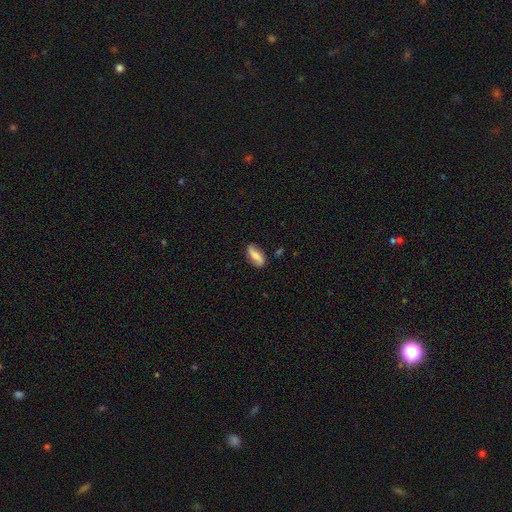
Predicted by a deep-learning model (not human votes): smooth_or_featured: smooth (p=0.65) [alt: featured or disk p=0.28]
how_rounded: in between (p=0.79) [alt: cigar-shaped p=0.18]
merging: none (p=0.78) [alt: minor disturbance p=0.17]